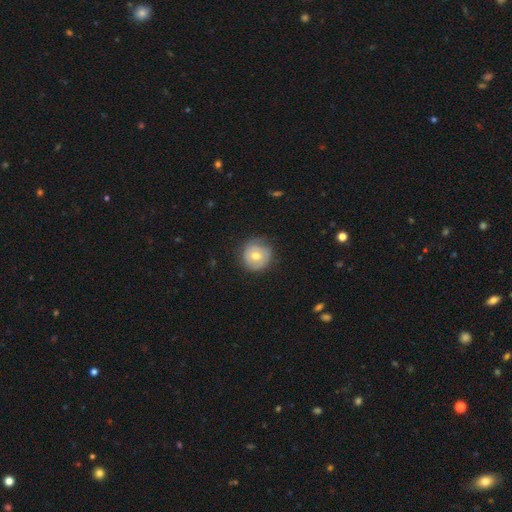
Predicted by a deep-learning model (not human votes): Smooth or featured: smooth — 59% (featured or disk — 34%)
How rounded: round — 90% (in between — 9%)
Merging: none — 75% (minor disturbance — 19%)